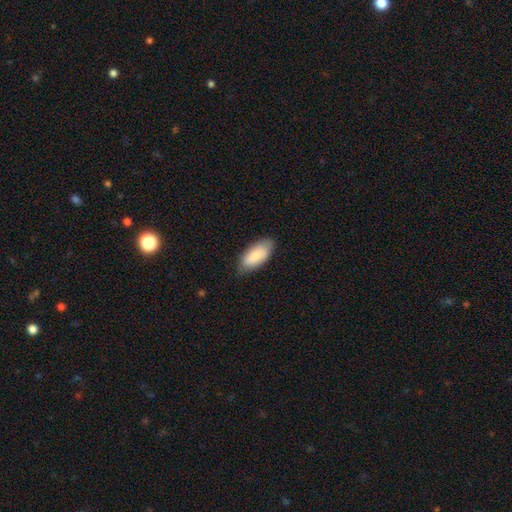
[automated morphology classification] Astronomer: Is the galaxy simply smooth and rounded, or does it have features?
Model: smooth — 84%.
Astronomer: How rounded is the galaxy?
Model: in between — 90%.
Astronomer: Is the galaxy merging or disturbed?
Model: none — 78%.